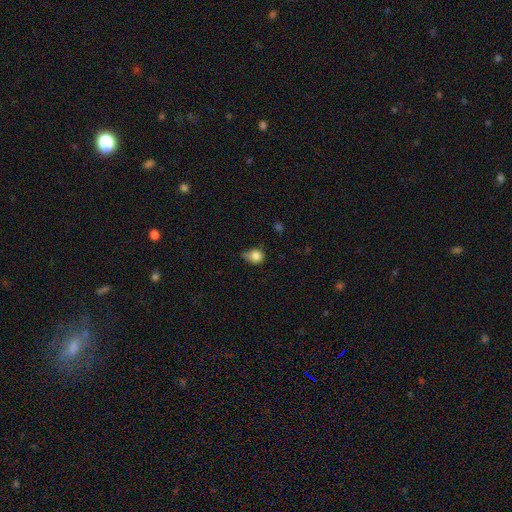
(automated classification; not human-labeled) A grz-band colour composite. It shows a smooth galaxy with no disk features (82%) that is round (61%). Merging: minor disturbance (46%).